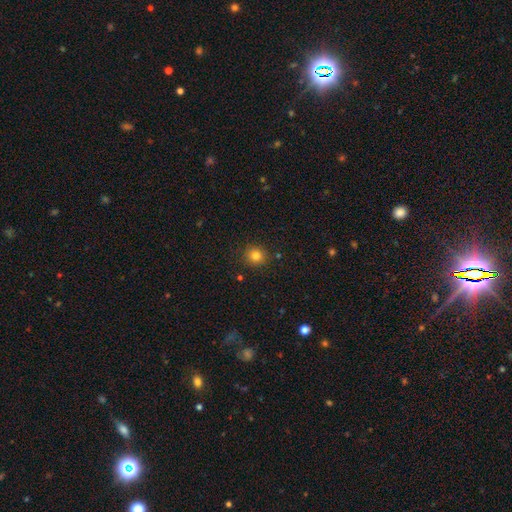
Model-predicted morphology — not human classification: Smooth or featured: smooth — 82% (star or artifact — 13%)
How rounded: round — 87% (in between — 12%)
Merging: none — 88% (minor disturbance — 7%)